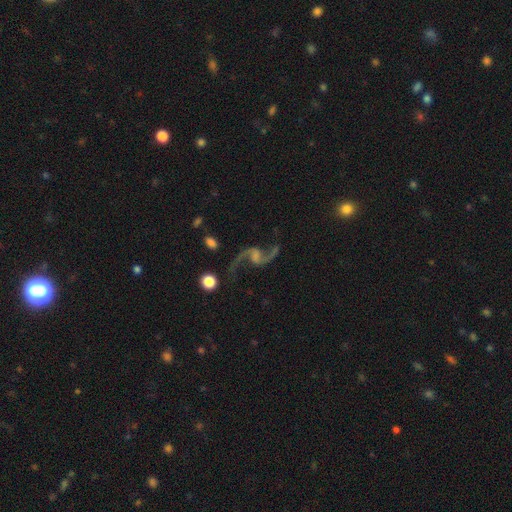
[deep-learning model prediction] This appears to be a featured or disk galaxy (91%) with a weak bar (45%), 2 (94%) loose (82%) spiral arms (98%) and a small central bulge (37%). Merging: none (77%).